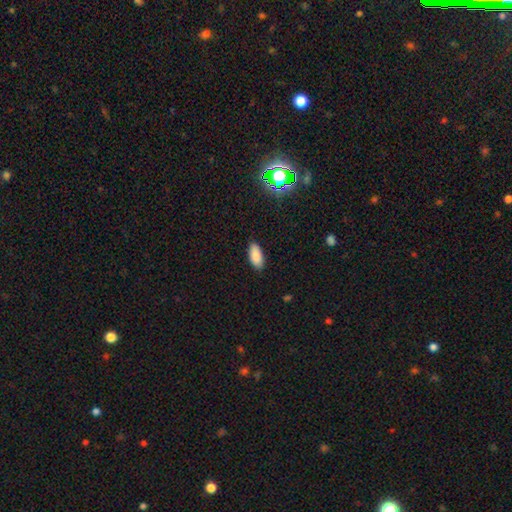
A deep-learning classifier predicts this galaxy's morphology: This appears to be a smooth galaxy with no disk features (87%) that is in between round and cigar-shaped (90%). Merging: none (88%).